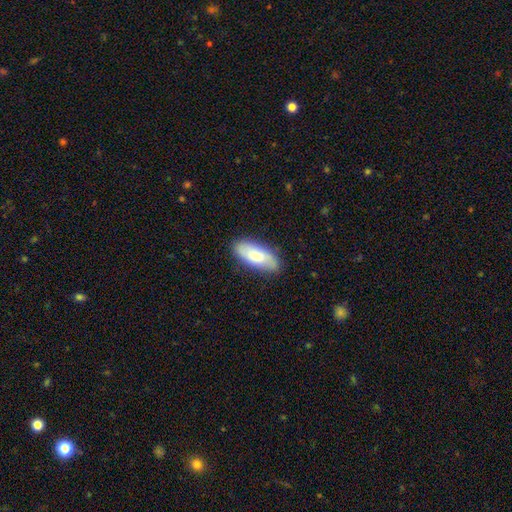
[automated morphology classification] Q: Smooth or featured?
A: smooth (74%); runner-up: featured or disk (20%)
Q: How rounded?
A: in between (81%); runner-up: cigar-shaped (17%)
Q: Merging?
A: none (84%); runner-up: minor disturbance (12%)